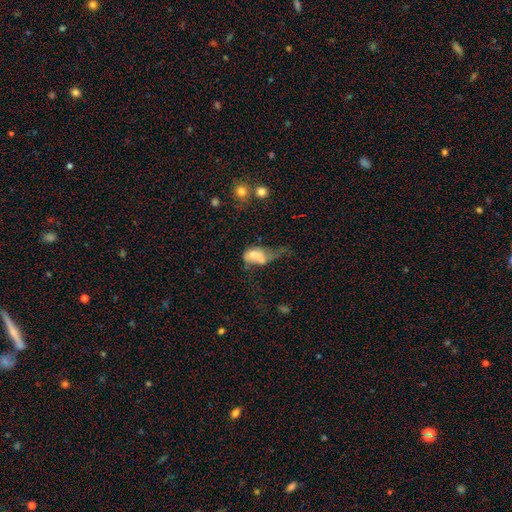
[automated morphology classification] This appears to be a smooth galaxy with no disk features (58%) that is in between round and cigar-shaped (81%). Merging: major disturbance (40%).